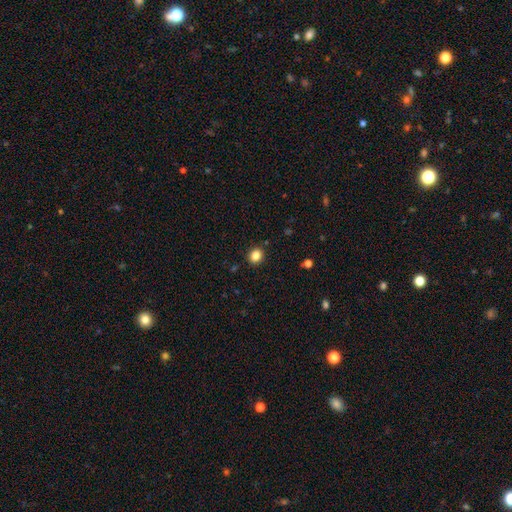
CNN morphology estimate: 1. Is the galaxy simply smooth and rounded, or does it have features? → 85% smooth, 11% star or artifact, 4% featured or disk.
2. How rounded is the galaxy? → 68% round, 31% in between, 1% cigar-shaped.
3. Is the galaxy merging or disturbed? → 90% none, 6% minor disturbance, 2% major disturbance, 1% merger.